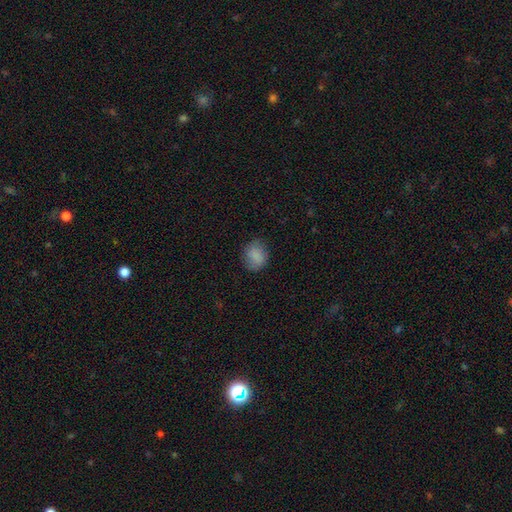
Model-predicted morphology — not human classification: This appears to be a smooth galaxy with no disk features (84%) that is round (55%). Merging: none (79%).